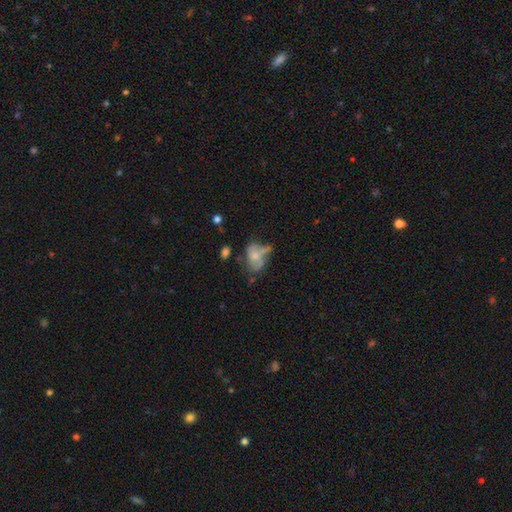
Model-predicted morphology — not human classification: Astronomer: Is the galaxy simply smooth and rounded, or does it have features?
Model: smooth — 51% (runner-up: featured or disk, 39%).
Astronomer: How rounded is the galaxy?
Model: in between — 79%.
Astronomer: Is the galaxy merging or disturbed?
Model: none — 26%, tied with major disturbance at 26%.